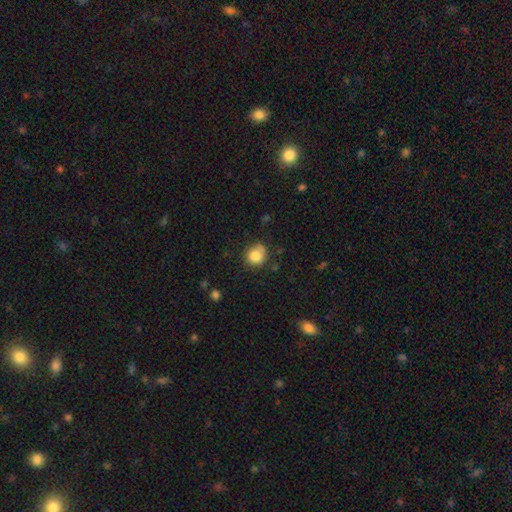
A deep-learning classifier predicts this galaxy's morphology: Smooth or featured? smooth (82%)
How rounded? round (82%)
Merging? none (65%)